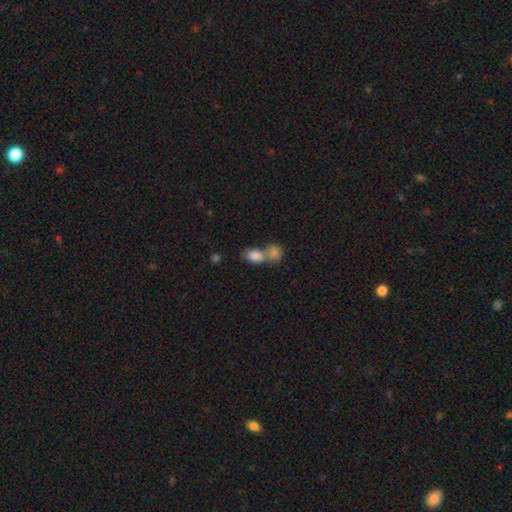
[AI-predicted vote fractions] smooth_or_featured: smooth (p=0.84) [alt: star or artifact p=0.08]
how_rounded: in between (p=0.81) [alt: round p=0.18]
merging: merger (p=0.61) [alt: none p=0.28]